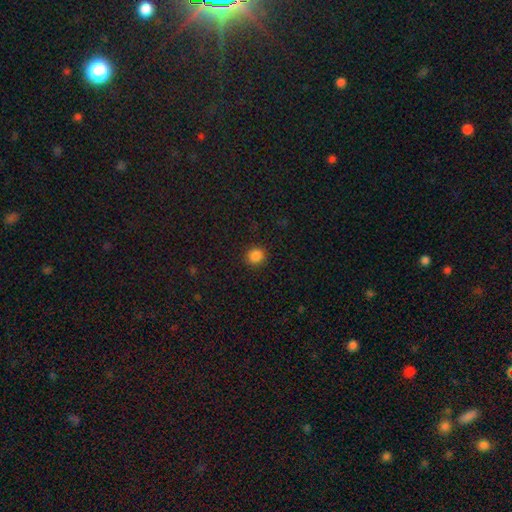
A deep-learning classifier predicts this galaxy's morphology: This is clearly a smooth galaxy (85%). How rounded: clearly round (89%). Merging: clearly none (91%).